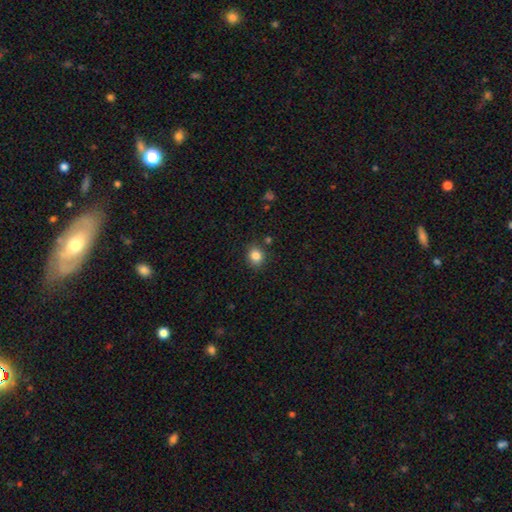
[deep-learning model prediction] Overall: smooth (84%). How rounded: round (70%). Merging: none (85%).